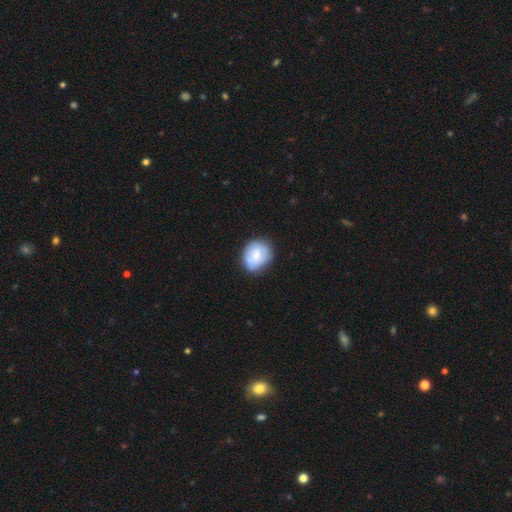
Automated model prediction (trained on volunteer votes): A smooth galaxy with no disk features (71%) that is round (56%).

Vote fractions:
- Smooth or featured? smooth: 71% / featured or disk: 22% / star or artifact: 7%
- How rounded? round: 56% / in between: 44% / cigar-shaped: 1%
- Merging? none: 68% / minor disturbance: 23% / major disturbance: 6% / merger: 3%